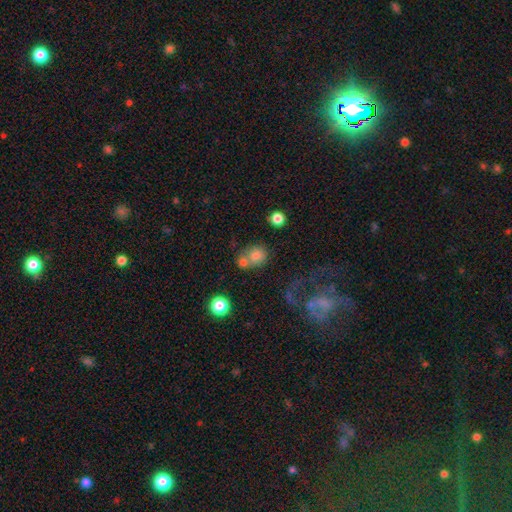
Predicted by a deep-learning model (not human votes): Smooth or featured? smooth (74%)
How rounded? round (75%)
Merging? merger (45%)